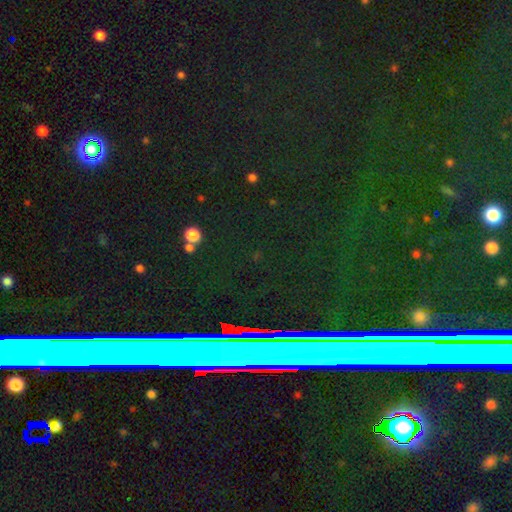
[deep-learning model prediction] Smooth or featured? star or artifact (73%)